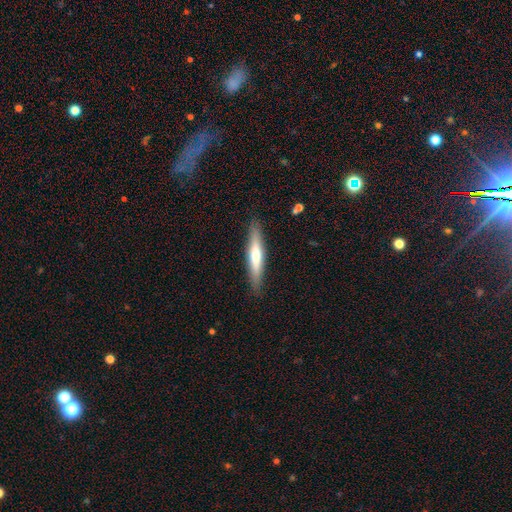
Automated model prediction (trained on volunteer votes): Morphology: type=smooth (50%); roundness=cigar-shaped (90%); merging=none (89%).